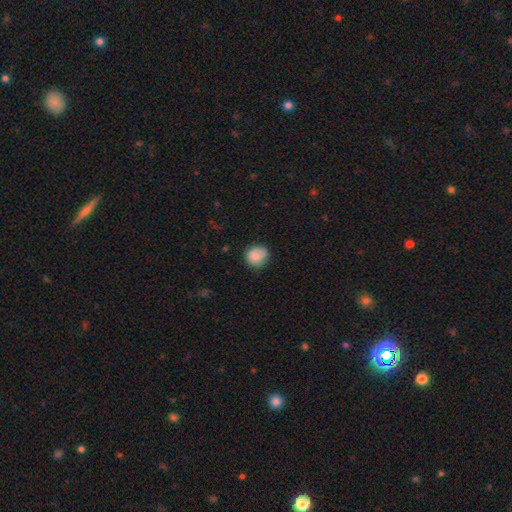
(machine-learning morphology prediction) Smooth or featured? Predicted: smooth (p=0.84). How rounded? Predicted: round (p=0.75). Merging? Predicted: none (p=0.68).